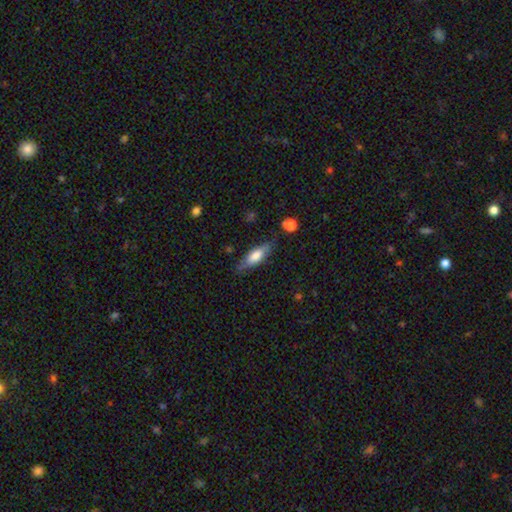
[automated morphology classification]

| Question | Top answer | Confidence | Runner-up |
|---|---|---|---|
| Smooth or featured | smooth | 65% | featured or disk (29%) |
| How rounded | in between | 55% | cigar-shaped (42%) |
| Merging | none | 76% | minor disturbance (18%) |